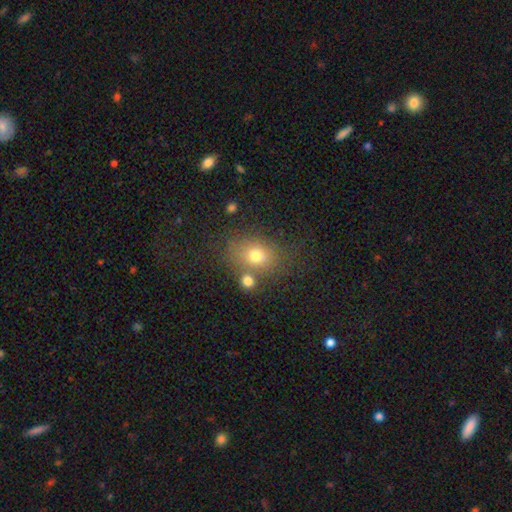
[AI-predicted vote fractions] Overall: smooth (70%). How rounded: in between (52%; round 46%). Merging: none (63%).